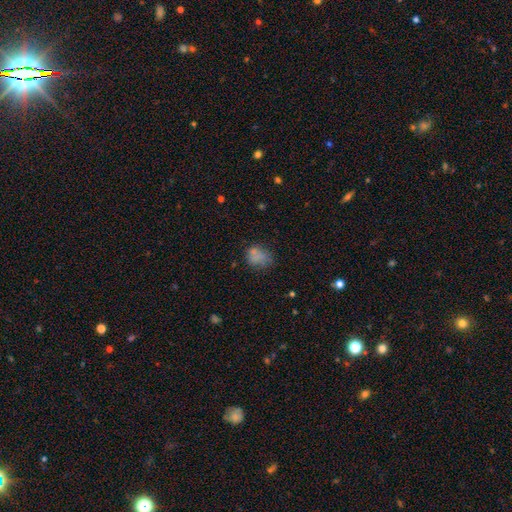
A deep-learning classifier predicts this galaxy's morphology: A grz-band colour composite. It shows a smooth galaxy with no disk features (67%) that is in between round and cigar-shaped (56%). Merging: none (51%).